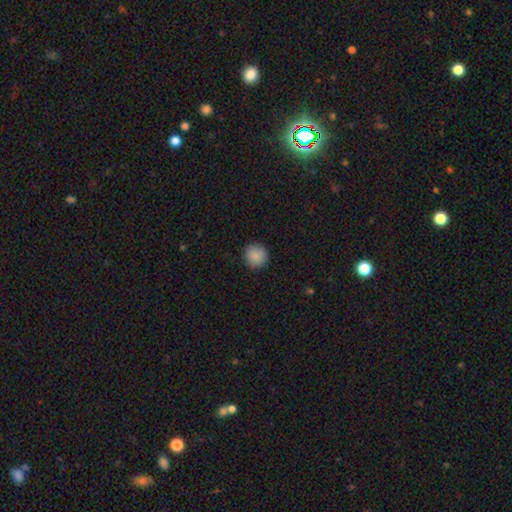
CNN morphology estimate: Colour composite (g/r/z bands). It shows a smooth galaxy with no disk features (88%) that is round (91%). Merging: none (89%).